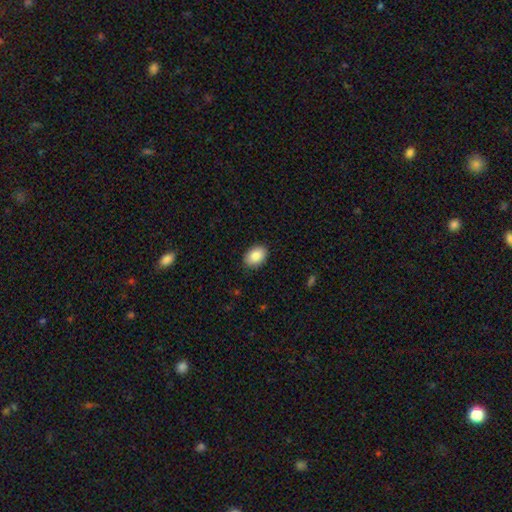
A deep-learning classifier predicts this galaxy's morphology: type=smooth (88%); roundness=in between (81%); merging=none (88%).